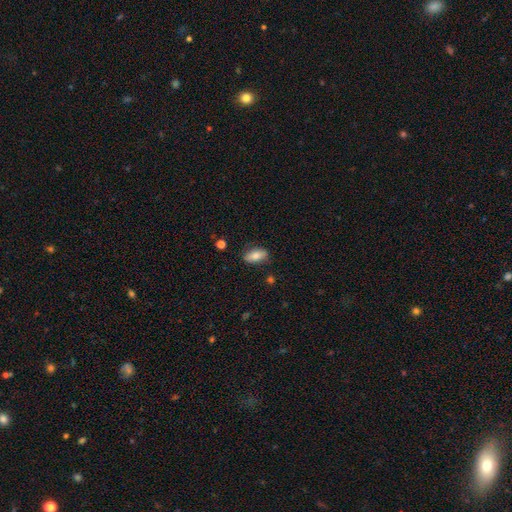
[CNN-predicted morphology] smooth_or_featured: smooth (p=0.79) [alt: featured or disk p=0.14]
how_rounded: in between (p=0.88) [alt: cigar-shaped p=0.08]
merging: none (p=0.82) [alt: minor disturbance p=0.14]